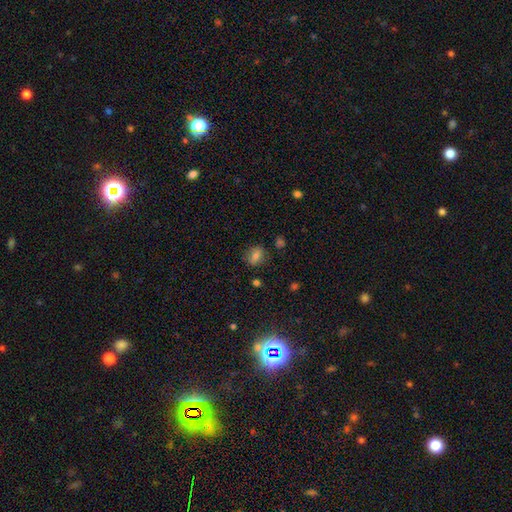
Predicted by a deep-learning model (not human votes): Morphology: type=smooth (71%); roundness=round (53%); merging=none (79%).